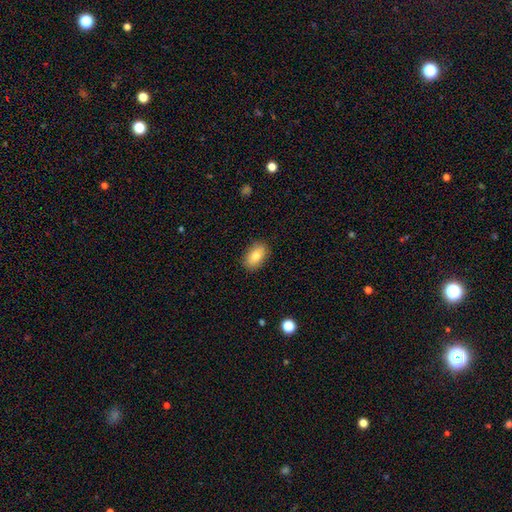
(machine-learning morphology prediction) smooth-or-featured: smooth: 81% | featured or disk: 12% | star or artifact: 7%
  how-rounded: in between: 89% | round: 9% | cigar-shaped: 2%
  merging: none: 87% | minor disturbance: 10% | major disturbance: 2% | merger: 1%